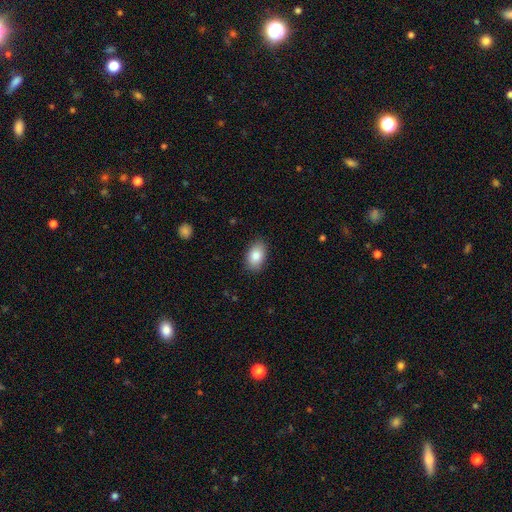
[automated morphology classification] A smooth galaxy with no disk features (85%) that is in between round and cigar-shaped (89%).

Vote fractions:
- Smooth or featured? smooth: 85% / featured or disk: 8% / star or artifact: 7%
- How rounded? in between: 89% / round: 10% / cigar-shaped: 1%
- Merging? none: 85% / minor disturbance: 11% / major disturbance: 2% / merger: 1%